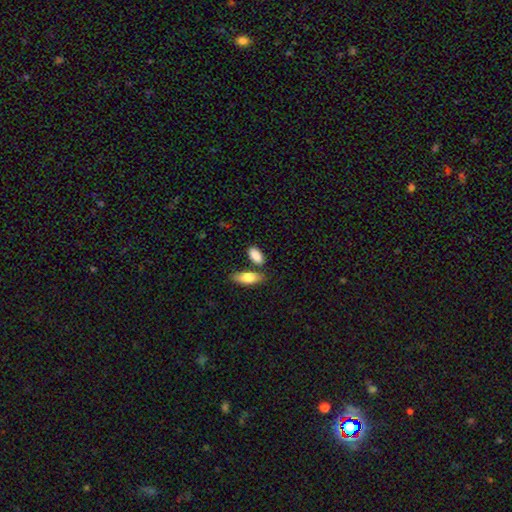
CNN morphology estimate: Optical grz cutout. It shows a smooth galaxy with no disk features (87%) that is in between round and cigar-shaped (86%). Merging: none (66%).